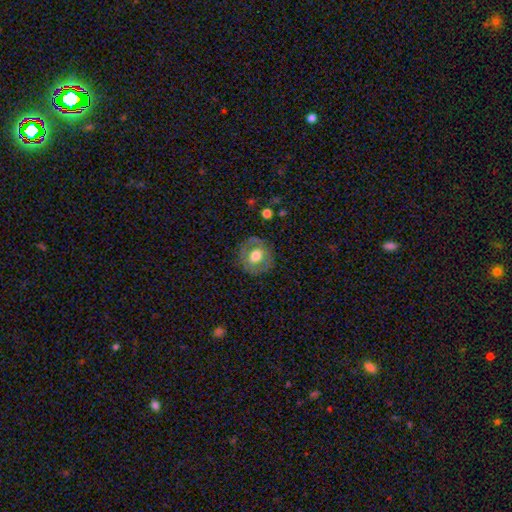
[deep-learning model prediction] Smooth or featured?
  - smooth: 55% *
  - featured or disk: 38%
  - star or artifact: 8%
How rounded?
  - round: 85% *
  - in between: 14%
  - cigar-shaped: 1%
Merging?
  - none: 82% *
  - minor disturbance: 12%
  - major disturbance: 5%
  - merger: 1%